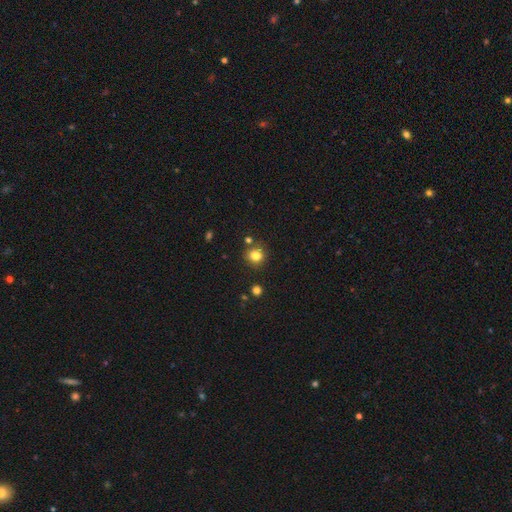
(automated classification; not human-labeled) Smooth or featured? Predicted: smooth (p=0.81). How rounded? Predicted: round (p=0.85). Merging? Predicted: none (p=0.81).